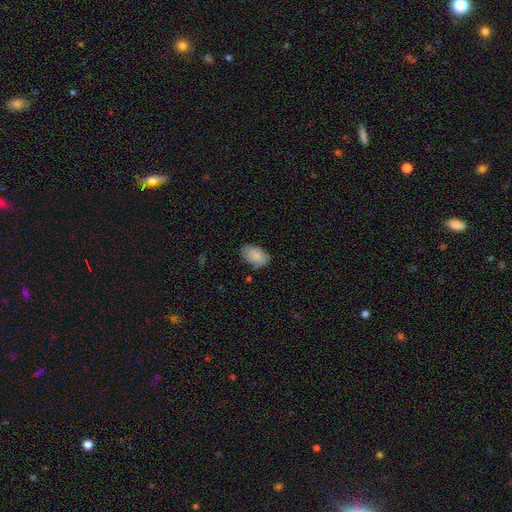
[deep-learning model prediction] smooth-or-featured: smooth: 87% | featured or disk: 7% | star or artifact: 6%
  how-rounded: in between: 91% | round: 8% | cigar-shaped: 1%
  merging: none: 77% | minor disturbance: 18% | major disturbance: 3% | merger: 2%